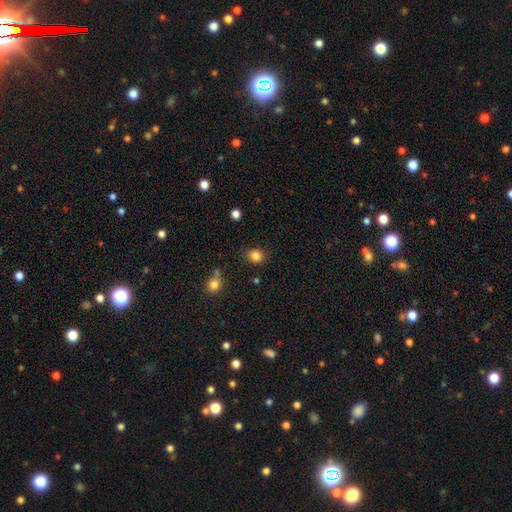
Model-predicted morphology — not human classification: Q: Smooth or featured?
A: smooth (84%); runner-up: star or artifact (12%)
Q: How rounded?
A: round (73%); runner-up: in between (26%)
Q: Merging?
A: none (81%); runner-up: minor disturbance (13%)